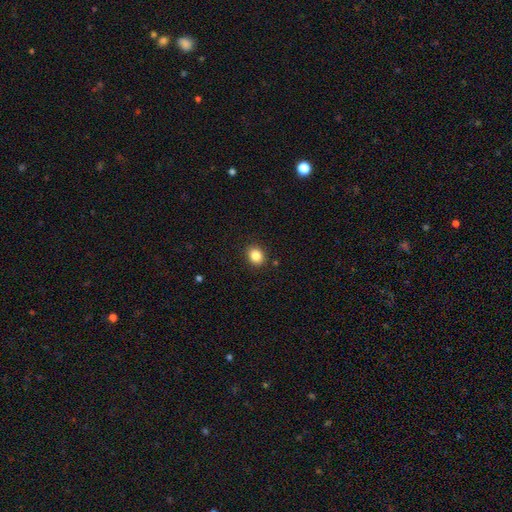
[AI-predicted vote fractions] Smooth or featured?
  - smooth: 85% *
  - star or artifact: 10%
  - featured or disk: 5%
How rounded?
  - round: 62% *
  - in between: 38%
  - cigar-shaped: 1%
Merging?
  - none: 89% *
  - minor disturbance: 7%
  - major disturbance: 2%
  - merger: 1%